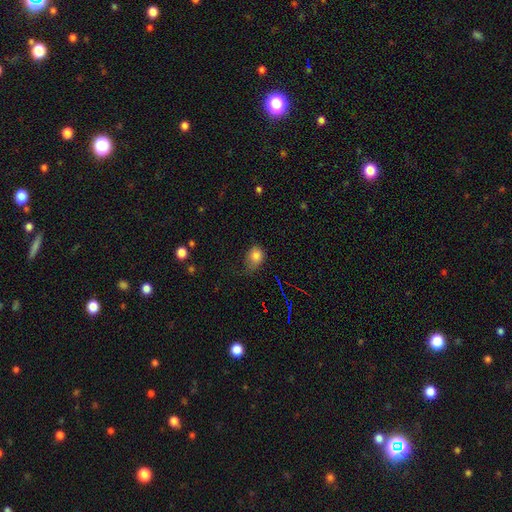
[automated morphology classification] A smooth galaxy with no disk features (80%) that is in between round and cigar-shaped (56%).

Vote fractions:
- Smooth or featured? smooth: 80% / star or artifact: 11% / featured or disk: 9%
- How rounded? in between: 56% / round: 43% / cigar-shaped: 1%
- Merging? none: 40% / minor disturbance: 36% / major disturbance: 21% / merger: 2%